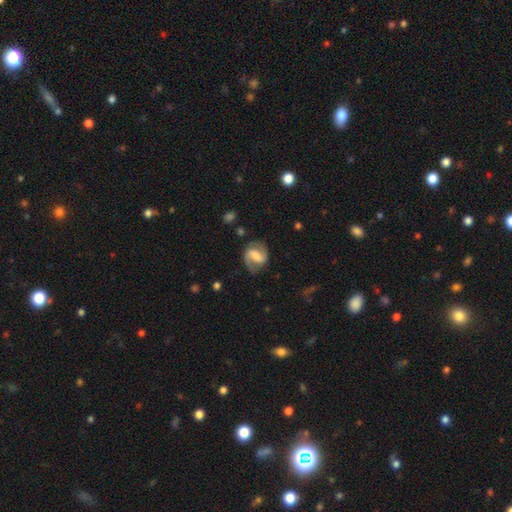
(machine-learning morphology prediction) type=featured or disk (76%); edge-on=no (98%); bar=strong (41%); spiral arms=yes (94%); winding=medium (50%); arm count=2 (88%); bulge=none (33%); merging=none (73%).